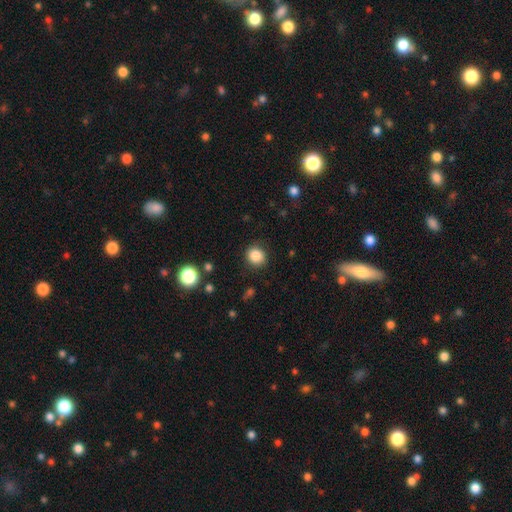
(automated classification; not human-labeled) Overall: smooth (85%). How rounded: round (86%). Merging: none (87%).